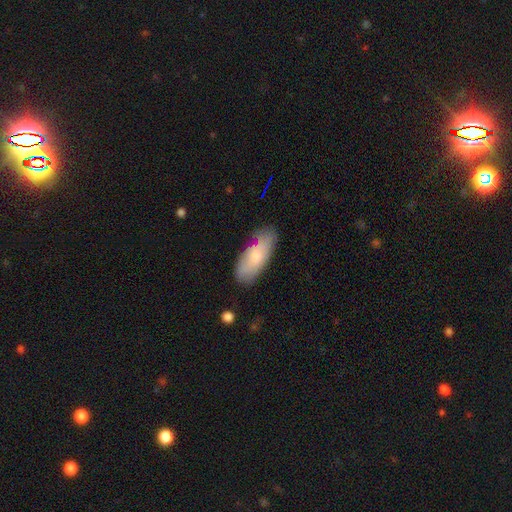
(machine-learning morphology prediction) Overall: smooth (70%). How rounded: in between (82%). Merging: none (67%).